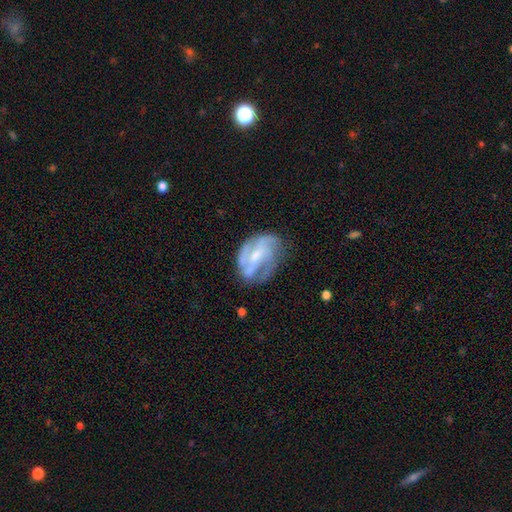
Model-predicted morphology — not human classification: Smooth or featured? featured or disk (79%)
Edge-on disk? no (97%)
Bar? weak (43%)
Spiral arms? yes (87%)
Spiral winding? medium (45%)
Spiral arm count? 3 (35%)
Bulge size? small (46%)
Merging? none (57%)